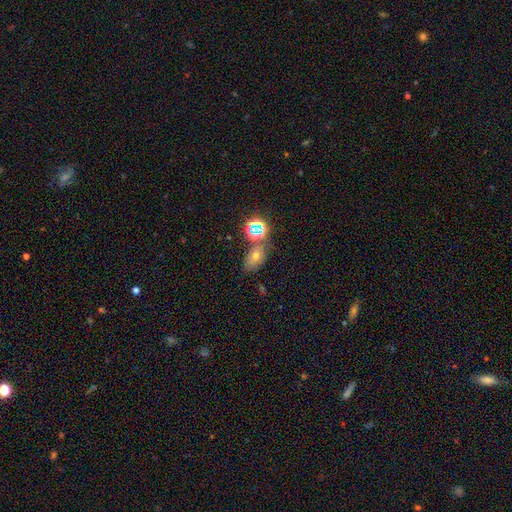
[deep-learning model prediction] A smooth galaxy with no disk features (57%) that is in between round and cigar-shaped (81%). Merging: none (64%).